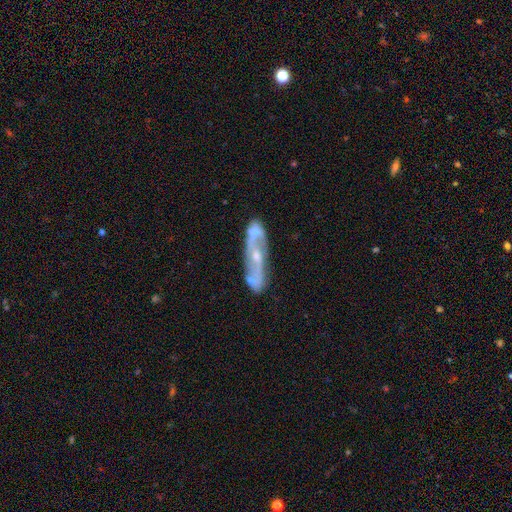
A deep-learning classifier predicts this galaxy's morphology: A featured or disk galaxy (77%) with no bar (51%), spiral arms (81%) and a small central bulge (57%). Merging: none (68%).